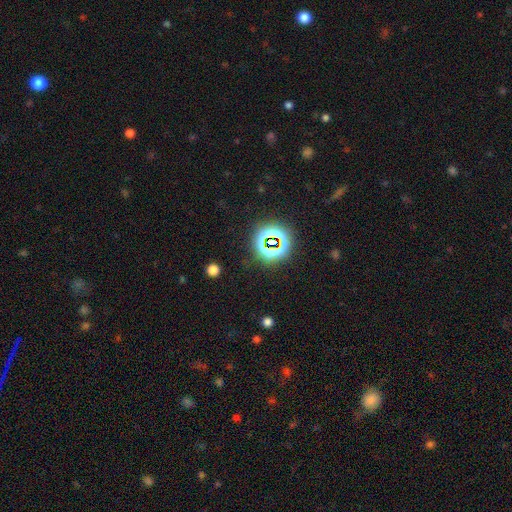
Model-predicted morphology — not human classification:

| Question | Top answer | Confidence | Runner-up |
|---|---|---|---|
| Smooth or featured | star or artifact | 73% | smooth (19%) |